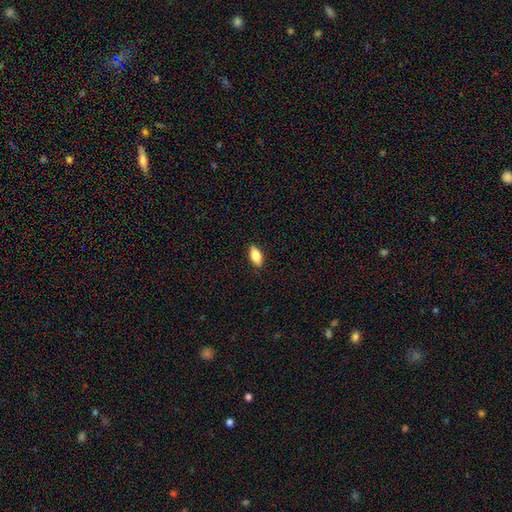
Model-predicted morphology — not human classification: Smooth or featured: smooth — 79% (featured or disk — 13%)
How rounded: in between — 86% (cigar-shaped — 11%)
Merging: none — 87% (minor disturbance — 10%)